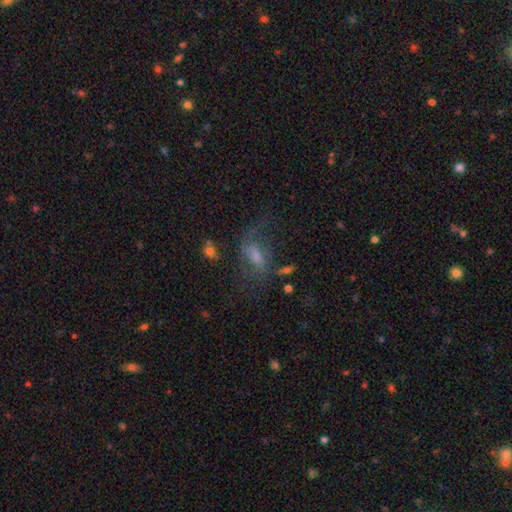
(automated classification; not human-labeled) The model was most divided on "merging": none: 38%, major disturbance: 37%, minor disturbance: 20%, merger: 5%. Remaining: smooth or featured — featured or disk (44%).